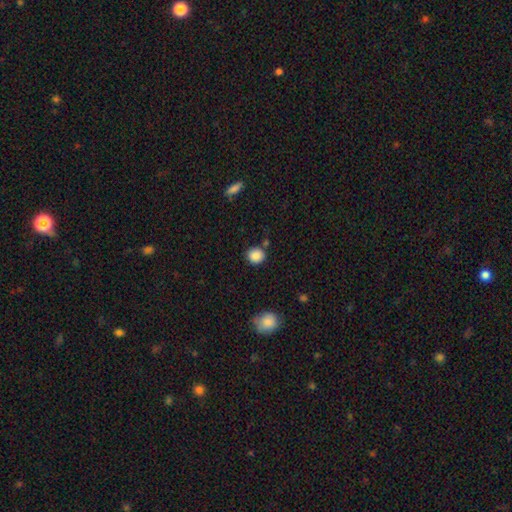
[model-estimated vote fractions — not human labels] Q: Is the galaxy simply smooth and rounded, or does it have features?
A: smooth — 87%.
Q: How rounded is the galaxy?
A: round — 85%.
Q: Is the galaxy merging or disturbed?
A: none — 80%.